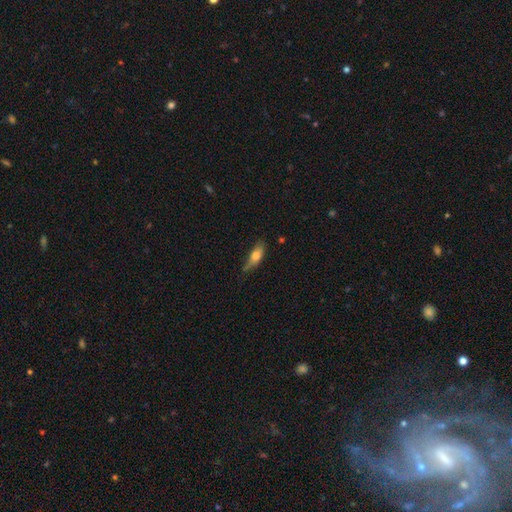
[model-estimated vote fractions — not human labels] Smooth or featured: smooth — 68% (featured or disk — 25%)
How rounded: in between — 58% (cigar-shaped — 39%)
Merging: none — 55% (minor disturbance — 33%)